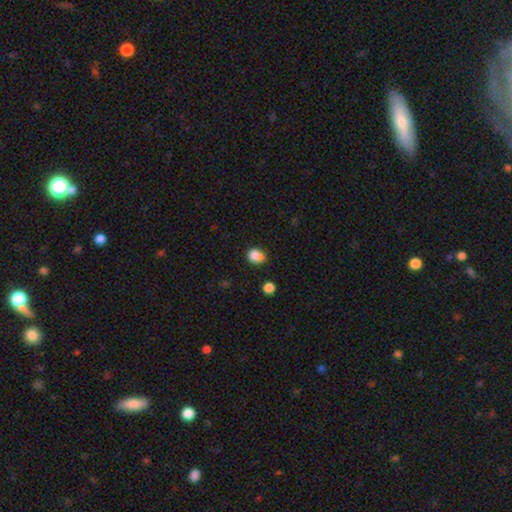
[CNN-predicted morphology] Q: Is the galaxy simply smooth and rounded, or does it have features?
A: smooth — 86%.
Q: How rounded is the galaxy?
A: in between — 58%.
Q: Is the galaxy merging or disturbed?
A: none — 65%.